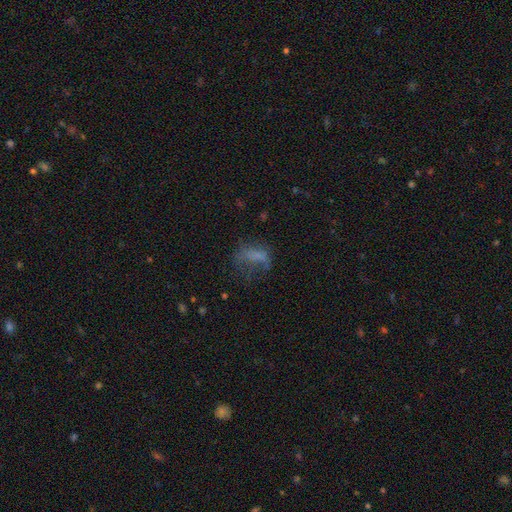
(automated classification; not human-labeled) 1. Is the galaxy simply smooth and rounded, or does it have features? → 47% smooth, 32% featured or disk, 21% star or artifact.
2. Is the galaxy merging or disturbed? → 48% major disturbance, 29% none, 19% minor disturbance, 4% merger.